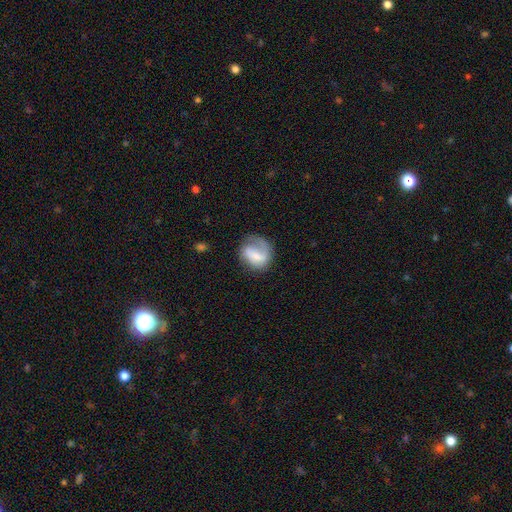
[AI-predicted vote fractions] Smooth or featured? featured or disk (52%)
Edge-on disk? no (97%)
Bar? weak (42%)
Spiral arms? yes (79%)
Bulge size? small (38%)
Merging? none (51%)